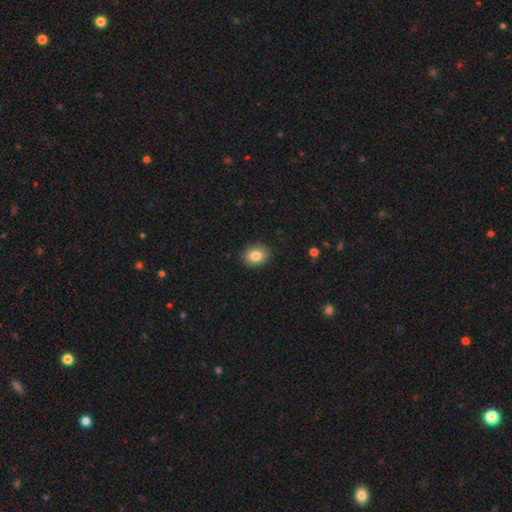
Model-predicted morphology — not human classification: Q: Smooth or featured?
A: smooth (84%); runner-up: star or artifact (9%)
Q: How rounded?
A: in between (52%); runner-up: round (47%)
Q: Merging?
A: none (89%); runner-up: minor disturbance (8%)